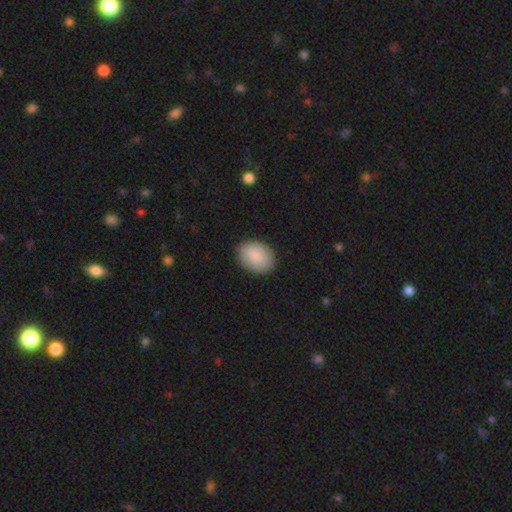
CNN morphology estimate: Smooth or featured: smooth — 89% (star or artifact — 6%)
How rounded: in between — 69% (round — 30%)
Merging: none — 87% (minor disturbance — 10%)